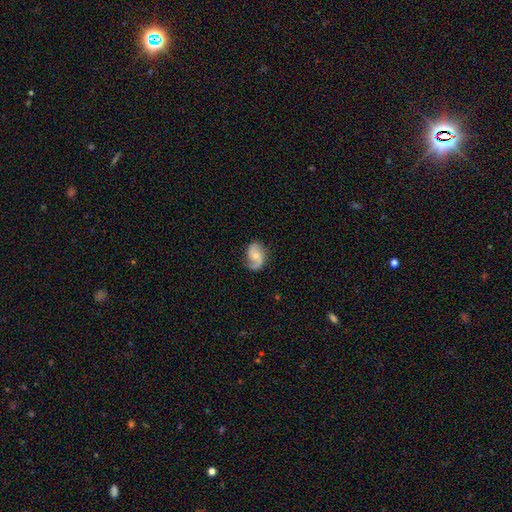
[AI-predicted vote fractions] featured or disk 75%, smooth 19%, star or artifact 6%. Down the decision tree: edge-on disk — no (98%); bar — no (63%); spiral arms — yes (95%); spiral arm count — 2 (73%); spiral winding — medium (44%); bulge size — moderate (48%); merging — none (69%).